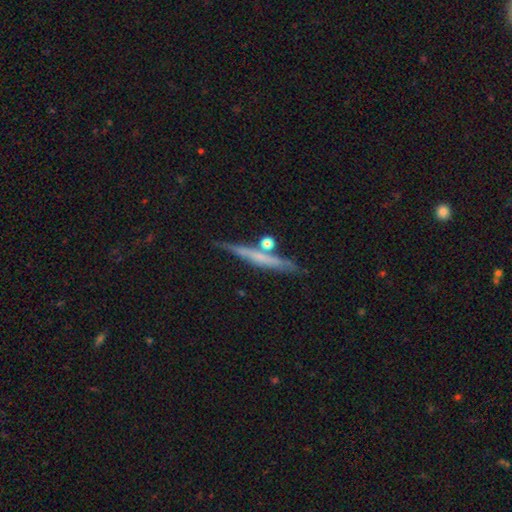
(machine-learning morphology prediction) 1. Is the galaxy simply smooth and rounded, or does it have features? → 57% featured or disk, 35% smooth, 8% star or artifact.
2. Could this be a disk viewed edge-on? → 96% yes, 4% no.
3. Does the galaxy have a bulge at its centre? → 69% none, 24% rounded, 8% boxy.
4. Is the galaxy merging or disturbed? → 79% none, 11% minor disturbance, 7% merger, 3% major disturbance.